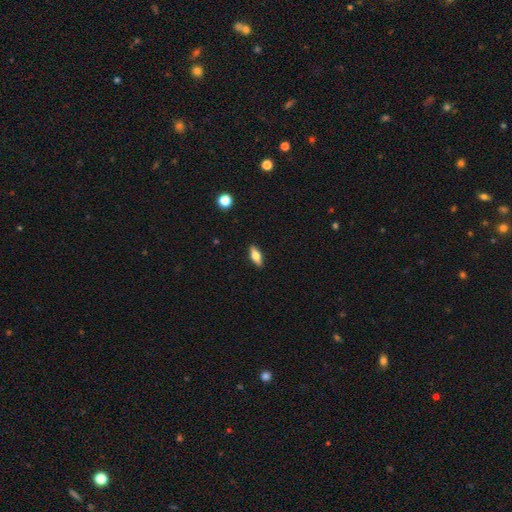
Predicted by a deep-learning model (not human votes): This is possibly a smooth galaxy (60%). How rounded: likely in between (71%). Merging: clearly none (89%).